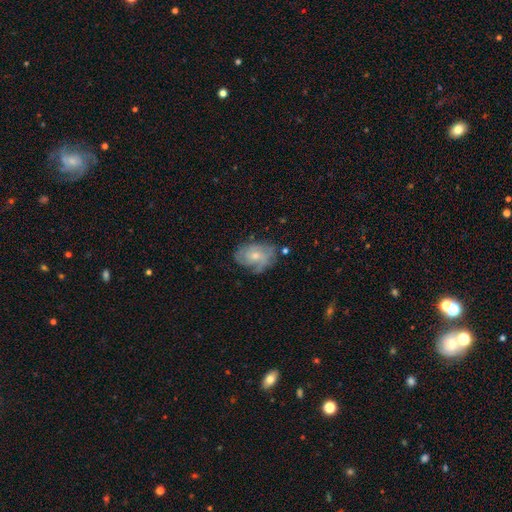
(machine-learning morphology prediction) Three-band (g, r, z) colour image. It shows a featured or disk galaxy (61%) with no bar (73%), spiral arms (77%) and a small central bulge (50%). Merging: none (59%).